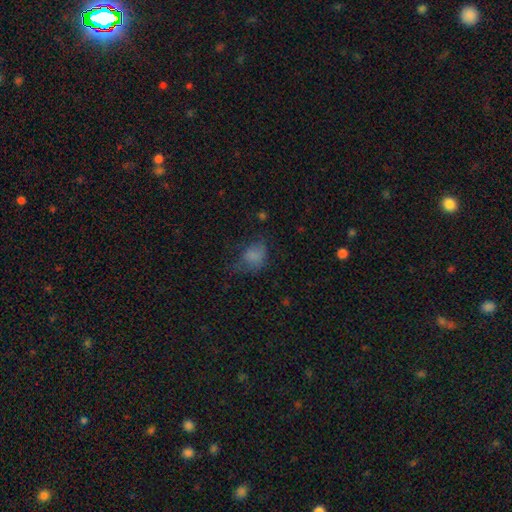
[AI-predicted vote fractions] A smooth galaxy with no disk features (67%) that is in between round and cigar-shaped (64%). Merging: none (41%).